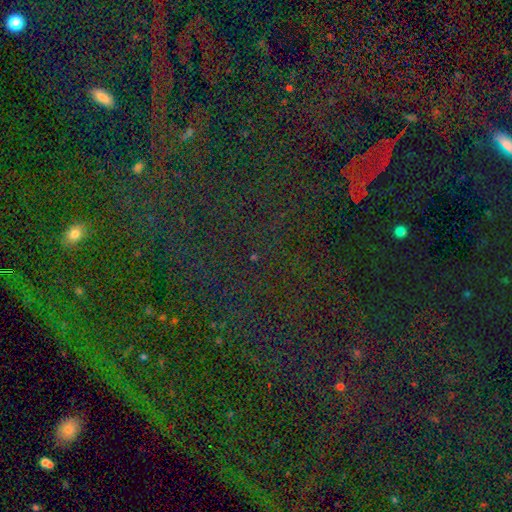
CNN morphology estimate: Smooth or featured? Predicted: star or artifact (p=0.80).